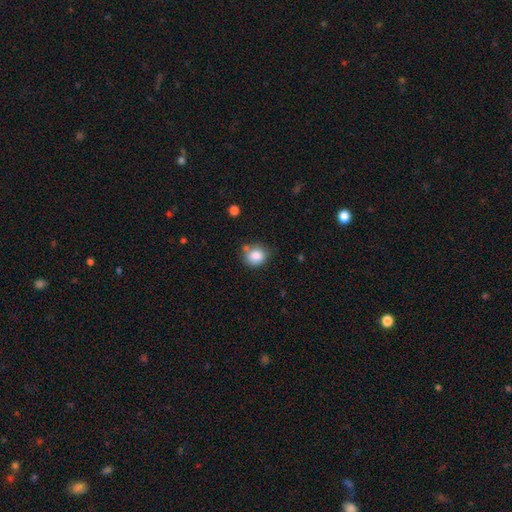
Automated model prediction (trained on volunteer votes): Smooth or featured: smooth — 85% (star or artifact — 9%)
How rounded: round — 77% (in between — 22%)
Merging: none — 64% (minor disturbance — 21%)